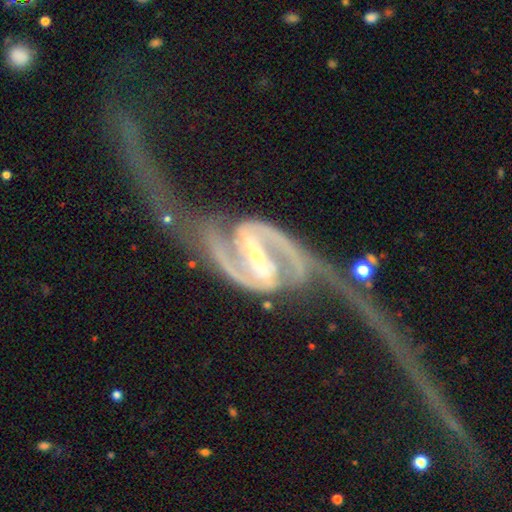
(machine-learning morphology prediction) Q: Smooth or featured?
A: featured or disk (94%); runner-up: star or artifact (4%)
Q: Edge-on disk?
A: no (96%); runner-up: yes (4%)
Q: Bar?
A: strong (74%); runner-up: weak (20%)
Q: Spiral arms?
A: yes (98%); runner-up: no (2%)
Q: Spiral winding?
A: medium (42%); runner-up: loose (40%)
Q: Spiral arm count?
A: 2 (94%); runner-up: can't tell (1%)
Q: Bulge size?
A: small (67%); runner-up: moderate (28%)
Q: Merging?
A: major disturbance (39%); runner-up: none (35%)